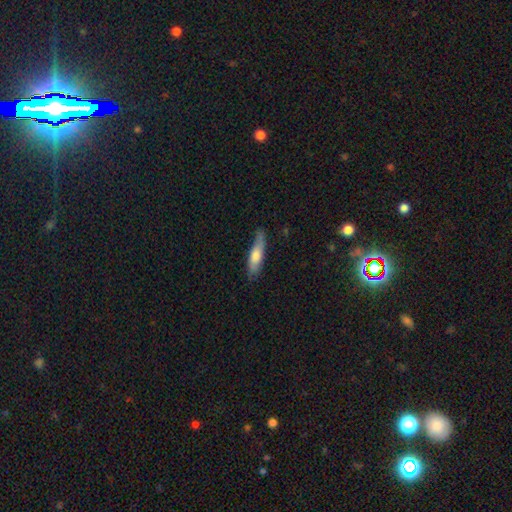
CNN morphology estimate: A smooth galaxy with no disk features (66%) that is cigar-shaped (68%). Merging: none (69%).